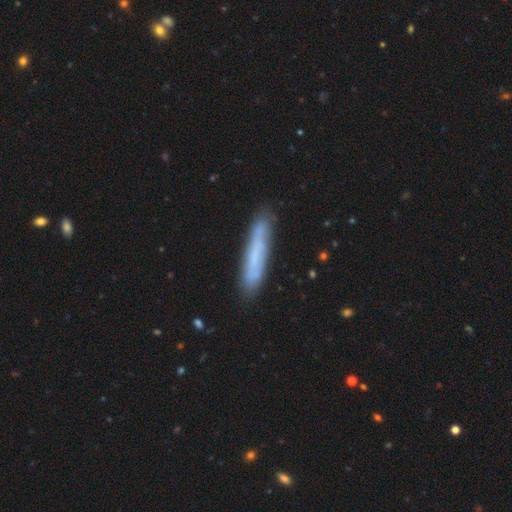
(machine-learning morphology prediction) Smooth or featured? smooth (57%)
How rounded? cigar-shaped (92%)
Merging? none (82%)